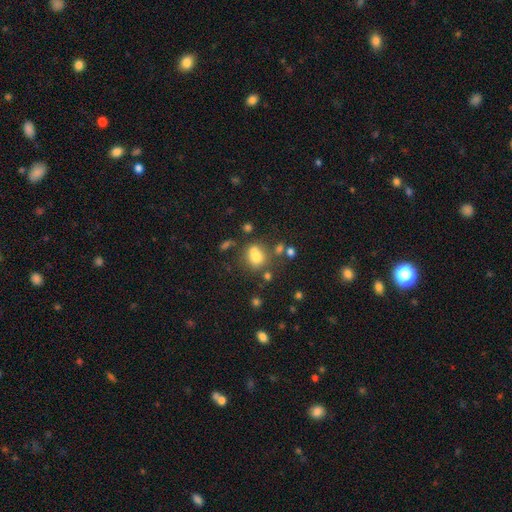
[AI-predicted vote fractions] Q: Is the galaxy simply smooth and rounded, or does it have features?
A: smooth — 69%.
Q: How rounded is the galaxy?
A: round — 60%.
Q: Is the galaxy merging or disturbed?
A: none — 43%.